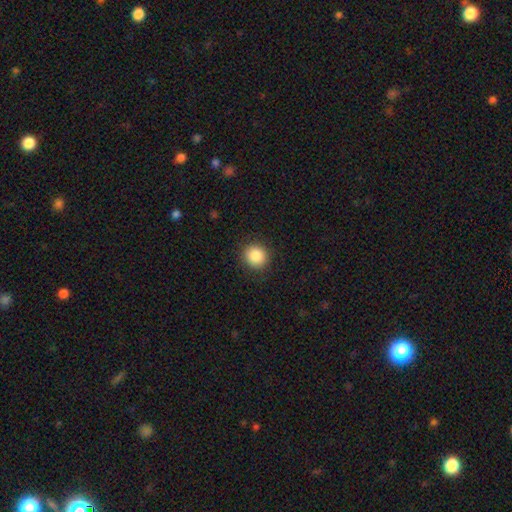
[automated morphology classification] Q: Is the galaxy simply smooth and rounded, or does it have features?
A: smooth — 87%.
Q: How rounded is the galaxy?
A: round — 91%.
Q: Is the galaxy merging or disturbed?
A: none — 91%.